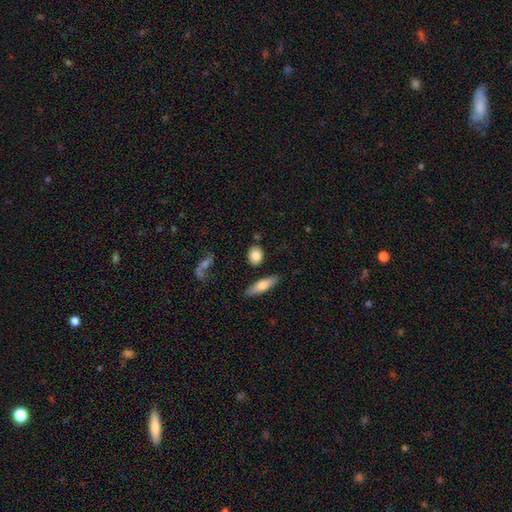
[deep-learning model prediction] smooth-or-featured: smooth: 82% | featured or disk: 11% | star or artifact: 7%
  how-rounded: in between: 49% | round: 46% | cigar-shaped: 5%
  merging: none: 81% | minor disturbance: 11% | merger: 5% | major disturbance: 3%